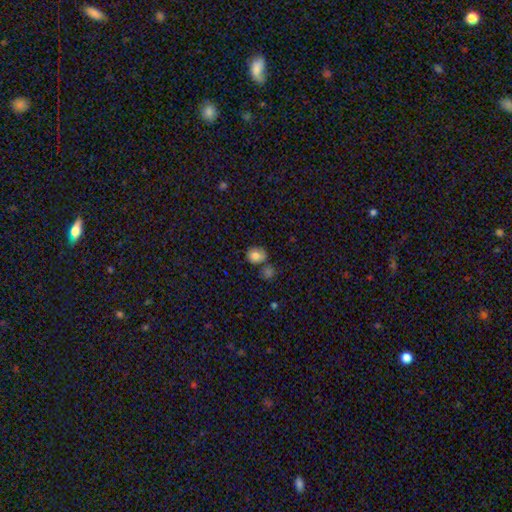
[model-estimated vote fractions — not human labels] Q: Smooth or featured?
A: smooth (81%); runner-up: star or artifact (10%)
Q: How rounded?
A: round (57%); runner-up: in between (42%)
Q: Merging?
A: none (62%); runner-up: minor disturbance (20%)